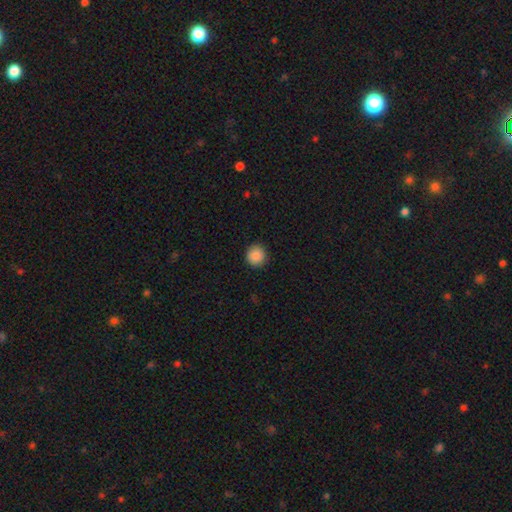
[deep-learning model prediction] A smooth galaxy with no disk features (89%) that is round (93%).

Vote fractions:
- Smooth or featured? smooth: 89% / star or artifact: 9% / featured or disk: 3%
- How rounded? round: 93% / in between: 6% / cigar-shaped: 1%
- Merging? none: 91% / minor disturbance: 6% / major disturbance: 2% / merger: 1%